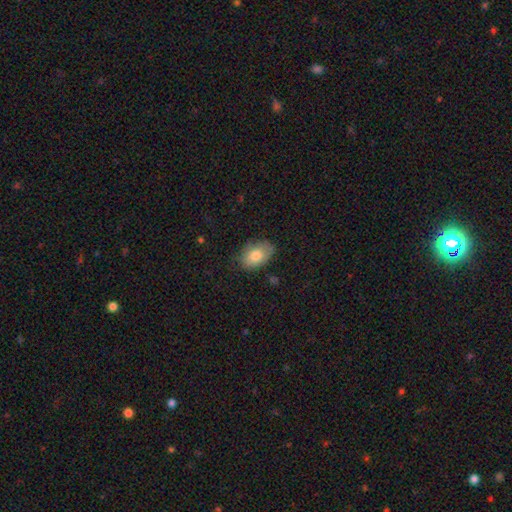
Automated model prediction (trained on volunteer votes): Overall: smooth (79%). How rounded: in between (88%). Merging: none (72%).